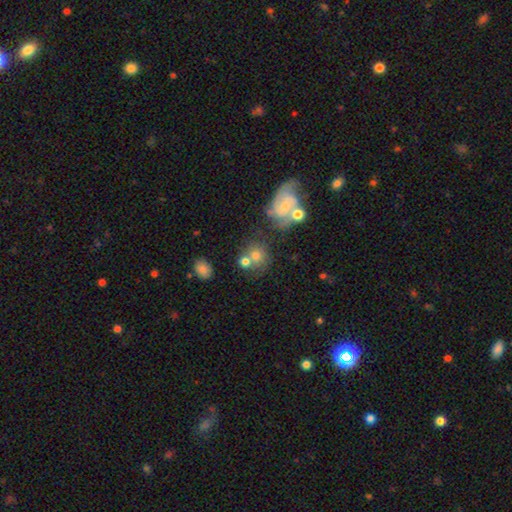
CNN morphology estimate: Smooth or featured? smooth (59%)
How rounded? round (77%)
Merging? none (44%)